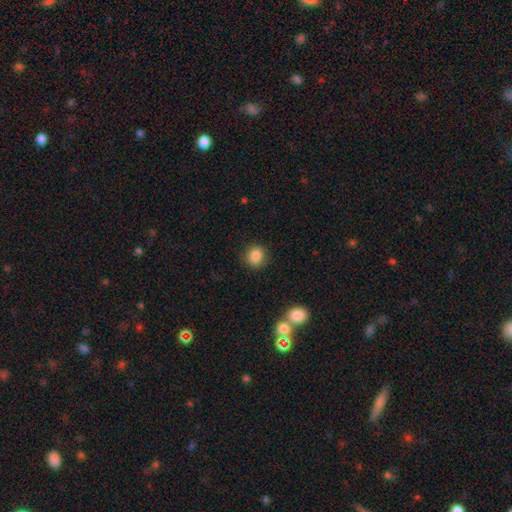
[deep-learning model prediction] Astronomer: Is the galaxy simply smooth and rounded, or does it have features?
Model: smooth — 86%.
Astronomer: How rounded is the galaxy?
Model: round — 80%.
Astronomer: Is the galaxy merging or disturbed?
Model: none — 88%.